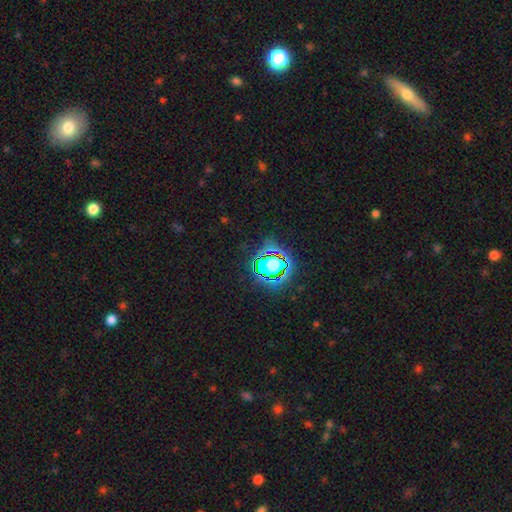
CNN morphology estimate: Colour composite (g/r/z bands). It shows a star or artifact, not a galaxy (79%).